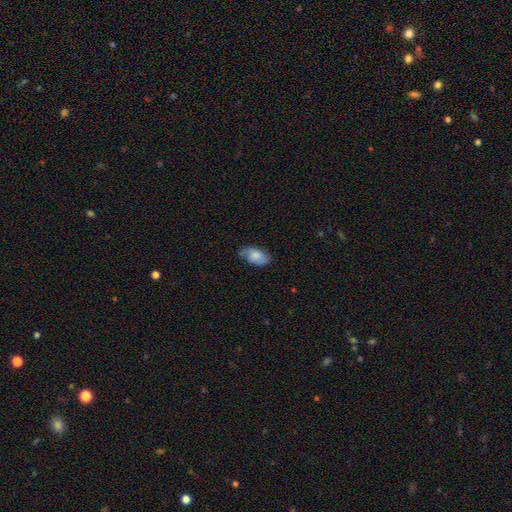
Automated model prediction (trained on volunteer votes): The model was most divided on "smooth or featured": smooth: 67%, featured or disk: 26%, star or artifact: 7%. More confident: how rounded — in between (93%); merging — none (68%).